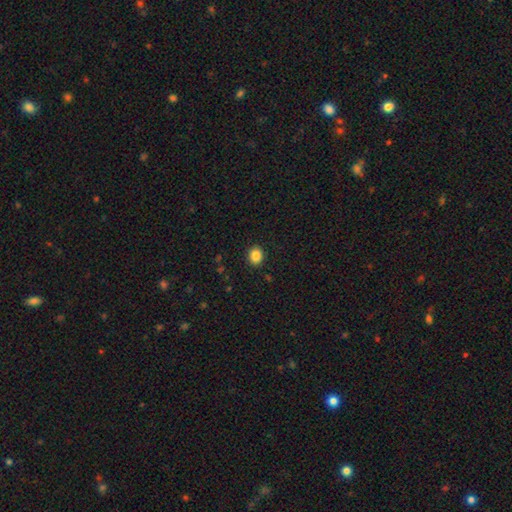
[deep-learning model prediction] smooth 86%, star or artifact 10%, featured or disk 4%. Down the decision tree: how rounded — round (67%); merging — none (91%).